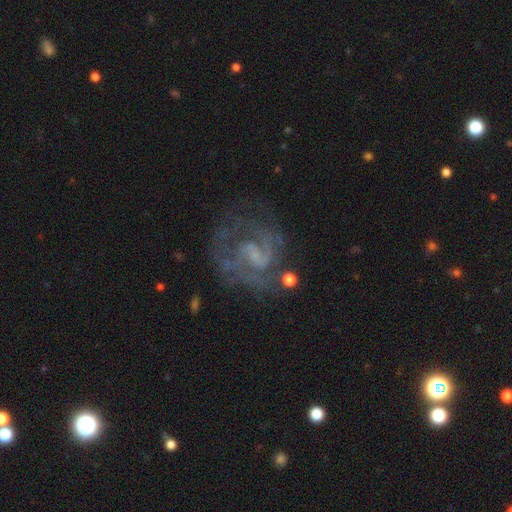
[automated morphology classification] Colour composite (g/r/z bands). It shows a featured or disk galaxy (80%) with a weak bar (47%), 2 (51%) medium (46%) spiral arms (86%) and no central bulge (45%). Merging: none (57%).